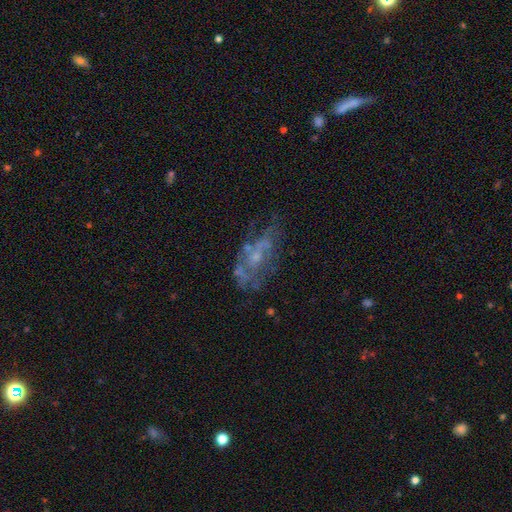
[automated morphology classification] Smooth or featured? Predicted: featured or disk (p=0.64). Edge-on disk? Predicted: no (p=0.93). Bar? Predicted: no (p=0.81). Spiral arms? Predicted: no (p=0.74). Bulge size? Predicted: small (p=0.46). Merging? Predicted: none (p=0.45).